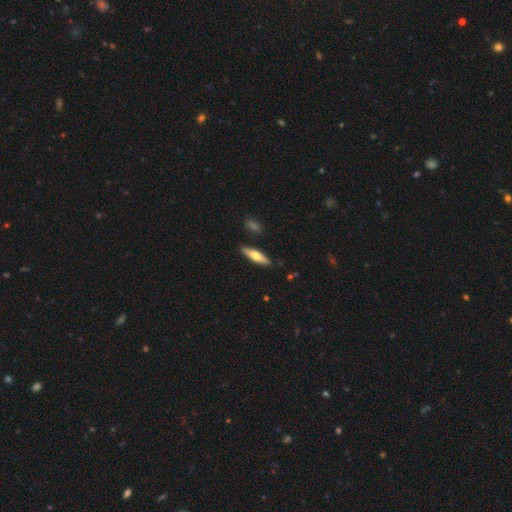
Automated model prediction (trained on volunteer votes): Overall: smooth (58%; featured or disk 36%). How rounded: cigar-shaped (67%; in between 31%). Merging: none (87%).